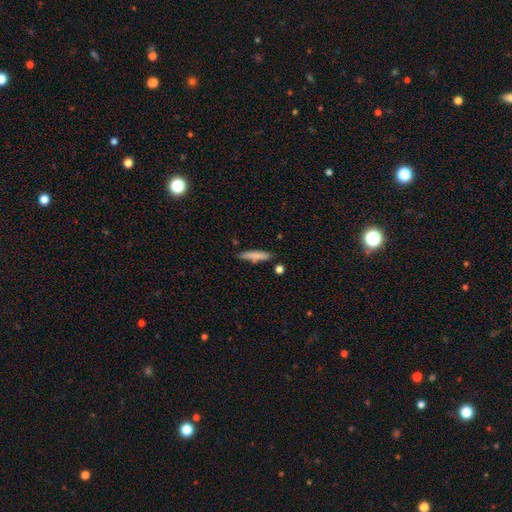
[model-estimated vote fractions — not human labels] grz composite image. It shows a smooth galaxy with no disk features (79%) that is cigar-shaped (87%). Merging: none (79%).